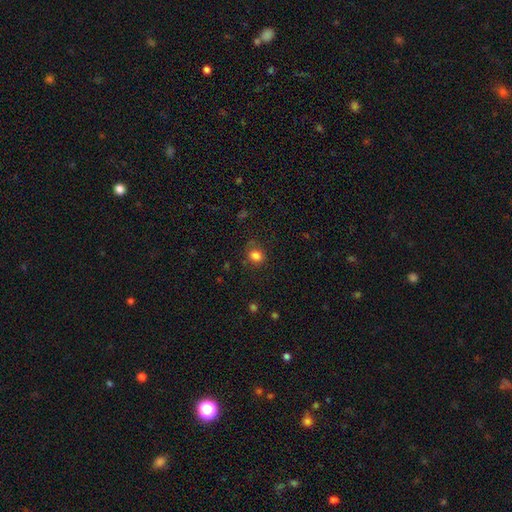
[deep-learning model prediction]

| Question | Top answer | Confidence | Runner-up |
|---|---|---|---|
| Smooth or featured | smooth | 82% | star or artifact (12%) |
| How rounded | round | 67% | in between (32%) |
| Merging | none | 73% | minor disturbance (18%) |